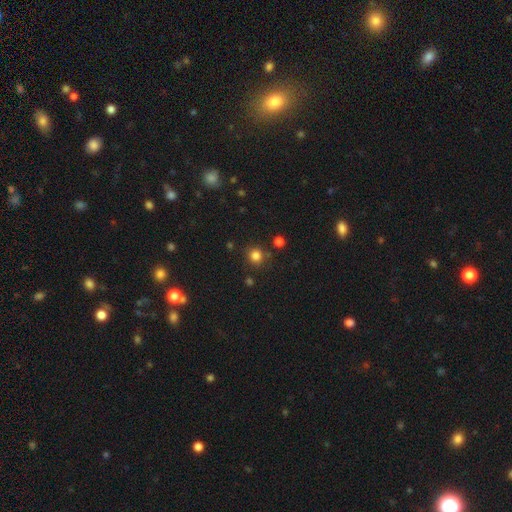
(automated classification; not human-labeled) Q: Smooth or featured?
A: smooth (80%); runner-up: star or artifact (15%)
Q: How rounded?
A: round (89%); runner-up: in between (10%)
Q: Merging?
A: none (82%); runner-up: minor disturbance (9%)